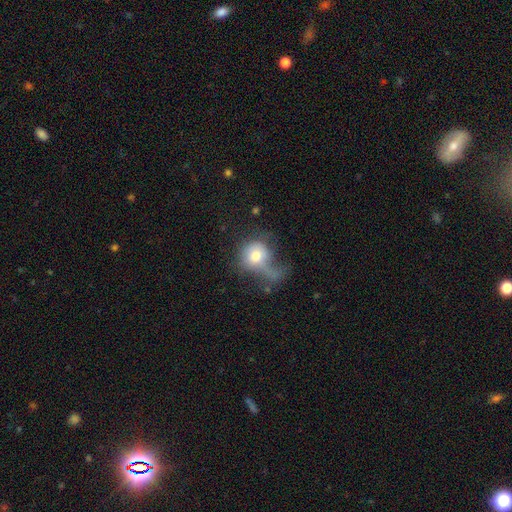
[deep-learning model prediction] Smooth or featured? Predicted: smooth (p=0.68). How rounded? Predicted: round (p=0.78). Merging? Predicted: major disturbance (p=0.50).